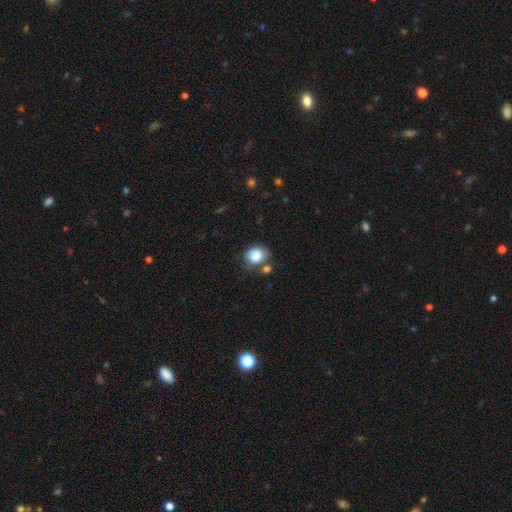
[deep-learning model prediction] This is clearly a smooth galaxy (85%). How rounded: likely round (69%). Merging: possibly none (60%).